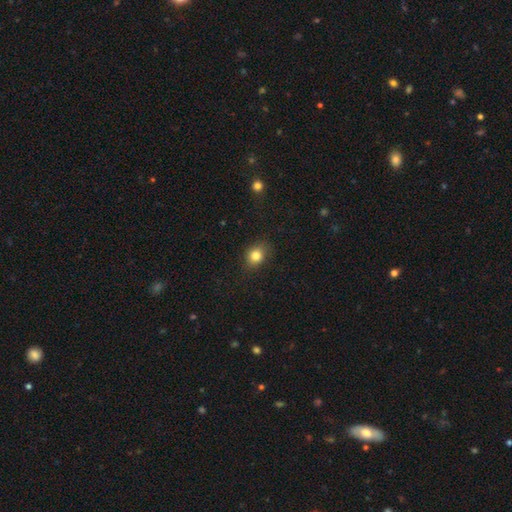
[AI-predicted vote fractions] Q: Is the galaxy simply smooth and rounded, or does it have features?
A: smooth — 82%.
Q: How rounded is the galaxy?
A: round — 62%.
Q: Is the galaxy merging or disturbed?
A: none — 80%.